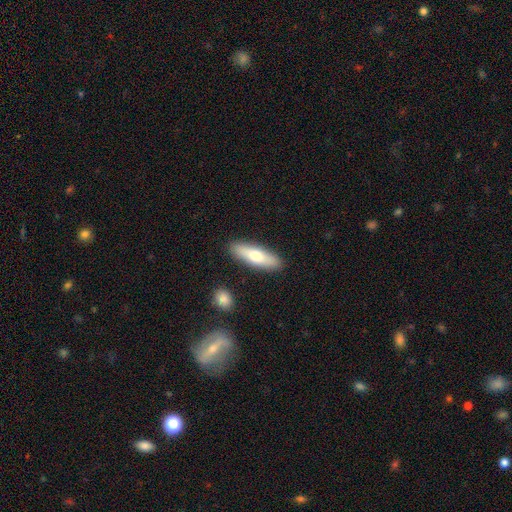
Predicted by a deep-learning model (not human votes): Smooth or featured?
  - smooth: 68% *
  - featured or disk: 27%
  - star or artifact: 6%
How rounded?
  - cigar-shaped: 58% *
  - in between: 40%
  - round: 2%
Merging?
  - none: 88% *
  - minor disturbance: 8%
  - merger: 2%
  - major disturbance: 2%